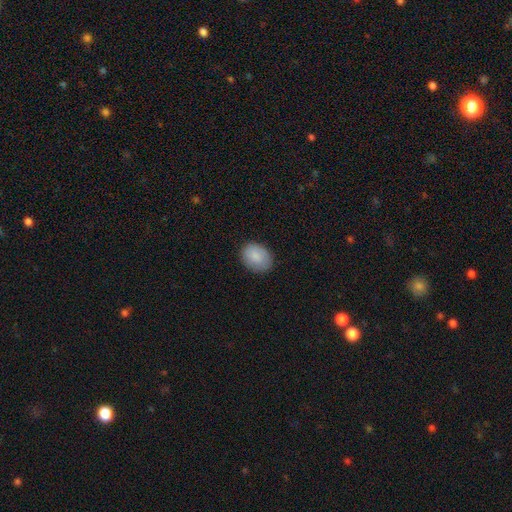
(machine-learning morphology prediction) The model was most divided on "how rounded": in between: 66%, round: 33%, cigar-shaped: 1%. More confident: smooth or featured — smooth (87%); merging — none (83%).